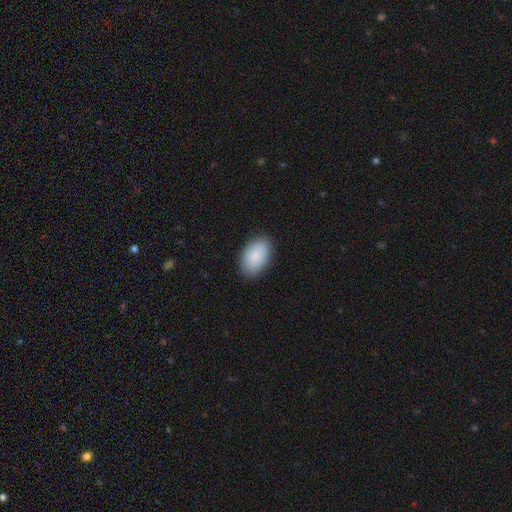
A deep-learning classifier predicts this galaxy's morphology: This is clearly a smooth galaxy (86%). How rounded: clearly in between (91%). Merging: clearly none (86%).